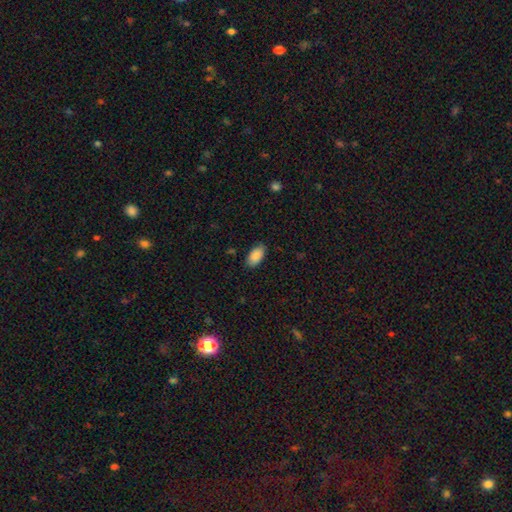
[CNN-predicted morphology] Smooth or featured: smooth — 89% (star or artifact — 7%)
How rounded: in between — 95% (round — 3%)
Merging: none — 85% (minor disturbance — 11%)